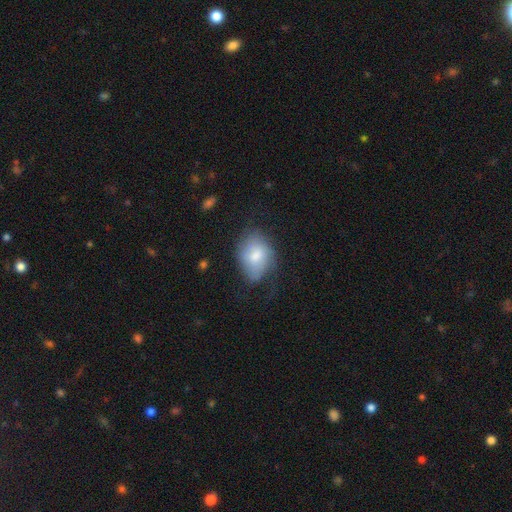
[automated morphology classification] The model was most divided on "merging": none: 46%, minor disturbance: 32%, major disturbance: 19%, merger: 2%. More confident: how rounded — in between (75%); smooth or featured — smooth (67%).